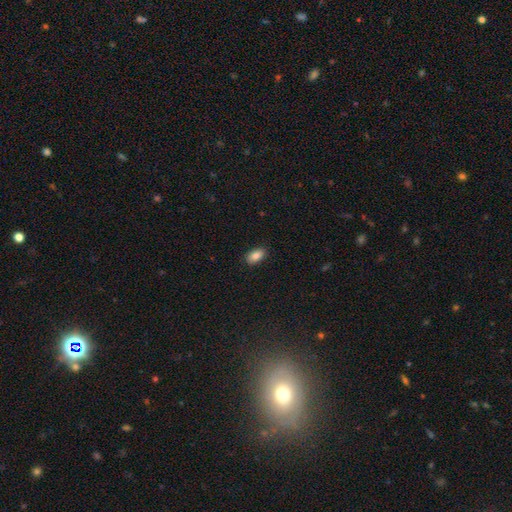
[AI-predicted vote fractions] smooth 87%, star or artifact 8%, featured or disk 5%. Down the decision tree: how rounded — in between (92%); merging — none (88%).